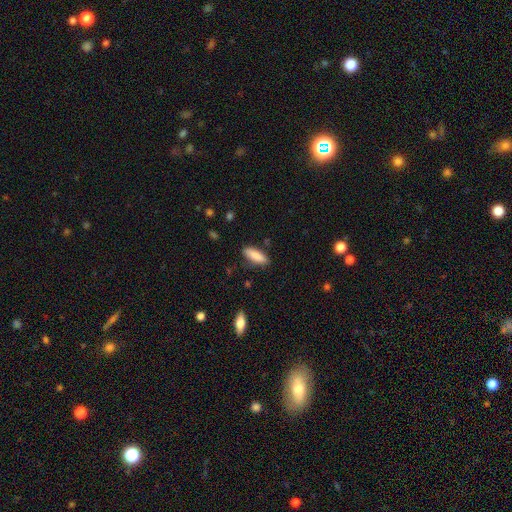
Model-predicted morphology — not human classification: smooth-or-featured: smooth: 86% | featured or disk: 8% | star or artifact: 6%
  how-rounded: in between: 59% | cigar-shaped: 39% | round: 2%
  merging: none: 81% | minor disturbance: 14% | major disturbance: 3% | merger: 2%